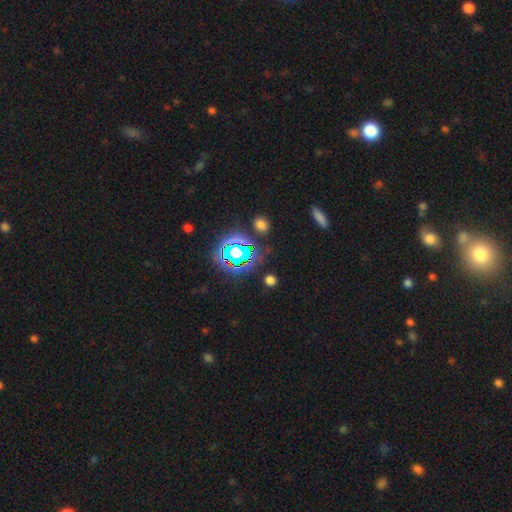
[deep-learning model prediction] Smooth or featured?
  - star or artifact: 78% *
  - smooth: 14%
  - featured or disk: 8%